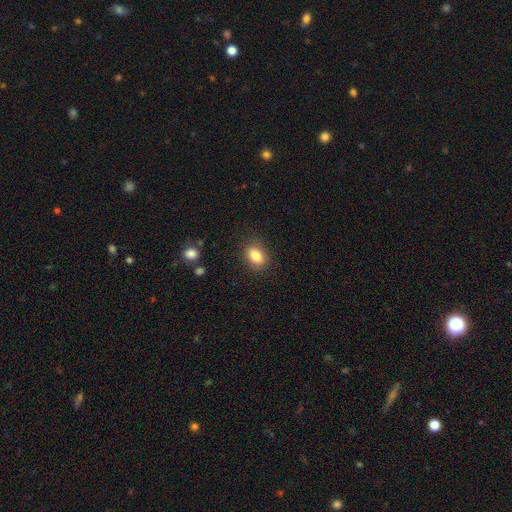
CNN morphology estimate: Smooth or featured? Predicted: smooth (p=0.84). How rounded? Predicted: in between (p=0.79). Merging? Predicted: none (p=0.85).